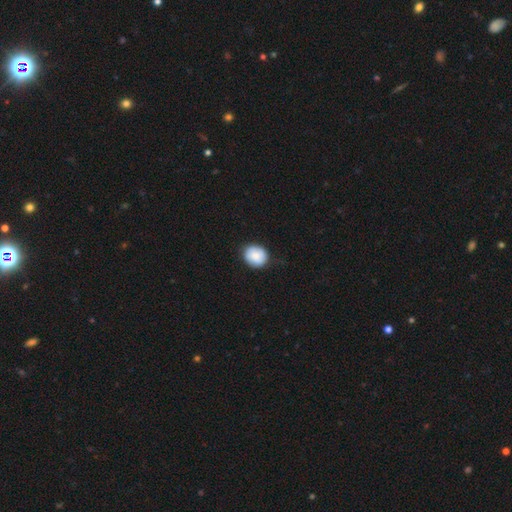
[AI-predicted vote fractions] Smooth or featured: smooth — 80% (featured or disk — 12%)
How rounded: round — 69% (in between — 30%)
Merging: none — 81% (minor disturbance — 15%)